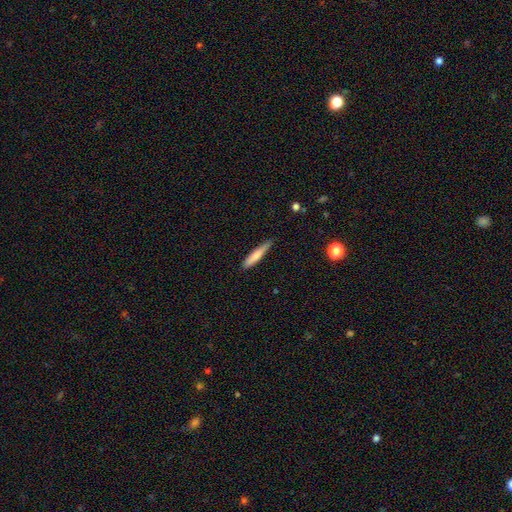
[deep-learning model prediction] A smooth galaxy with no disk features (72%) that is cigar-shaped (89%). Merging: none (78%).